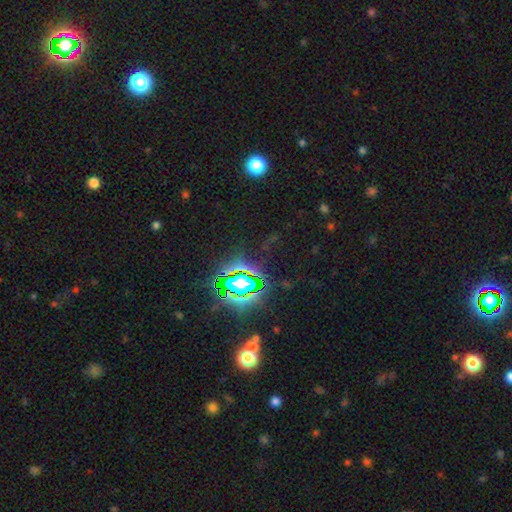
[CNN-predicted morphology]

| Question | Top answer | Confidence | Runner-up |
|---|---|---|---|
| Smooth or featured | star or artifact | 82% | smooth (10%) |